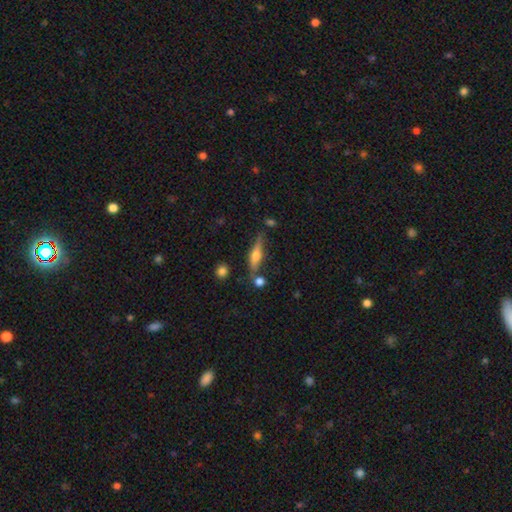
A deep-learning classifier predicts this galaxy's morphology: Smooth or featured: featured or disk — 51% (smooth — 42%)
Edge-on disk: yes — 91% (no — 9%)
Merging: none — 69% (minor disturbance — 16%)